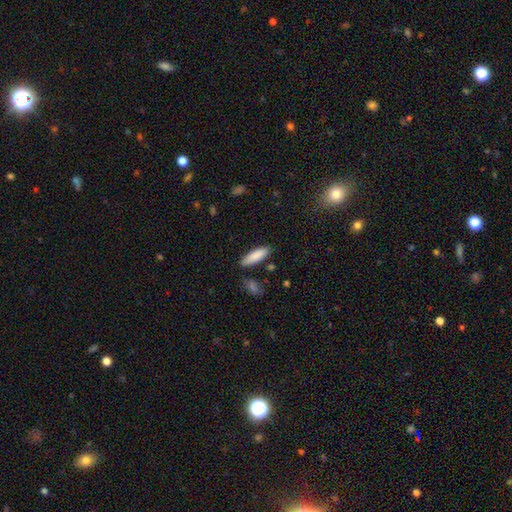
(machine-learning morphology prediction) type=smooth (86%); roundness=cigar-shaped (51%); merging=none (85%).